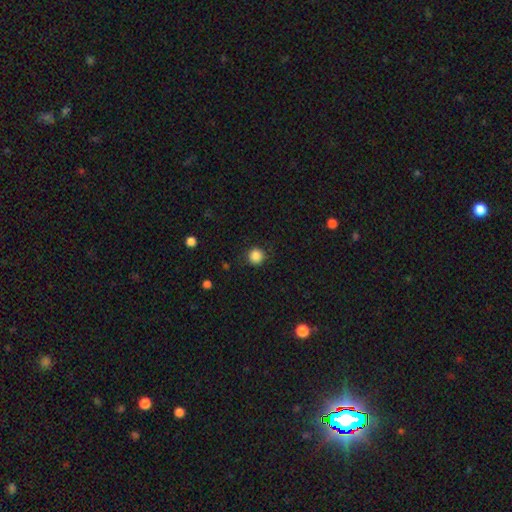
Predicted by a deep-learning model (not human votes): Morphology: type=smooth (87%); roundness=round (94%); merging=none (88%).